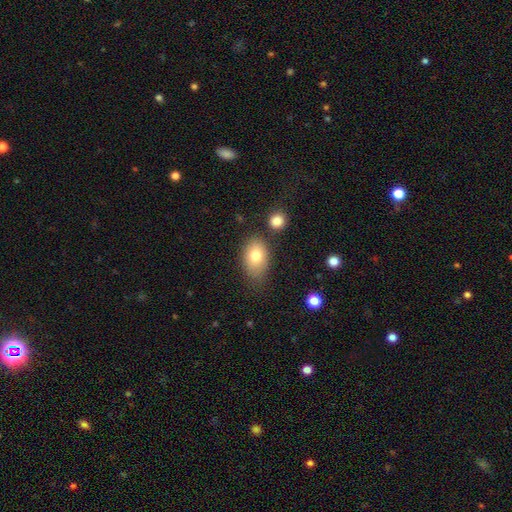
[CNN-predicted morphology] This is likely a smooth galaxy (78%). How rounded: clearly in between (88%). Merging: likely none (69%).